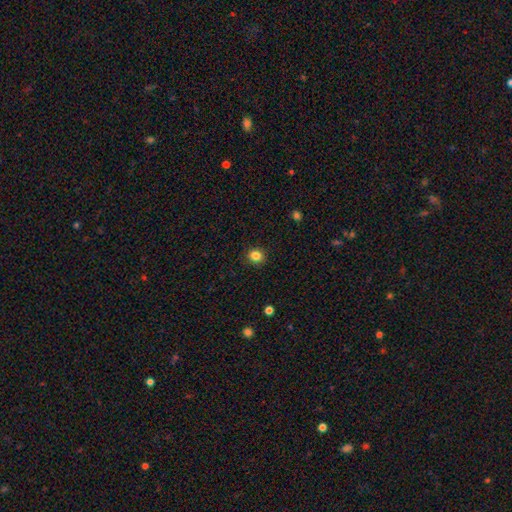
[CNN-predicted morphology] This appears to be a smooth galaxy with no disk features (84%) that is round (81%). Merging: none (91%).